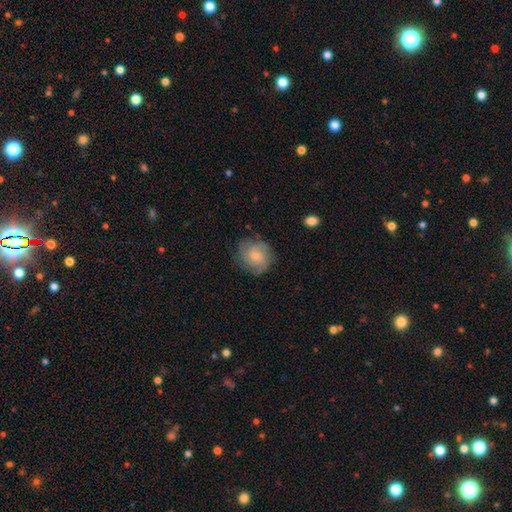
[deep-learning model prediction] Smooth or featured: smooth — 48% (featured or disk — 44%)
Merging: none — 70% (minor disturbance — 21%)